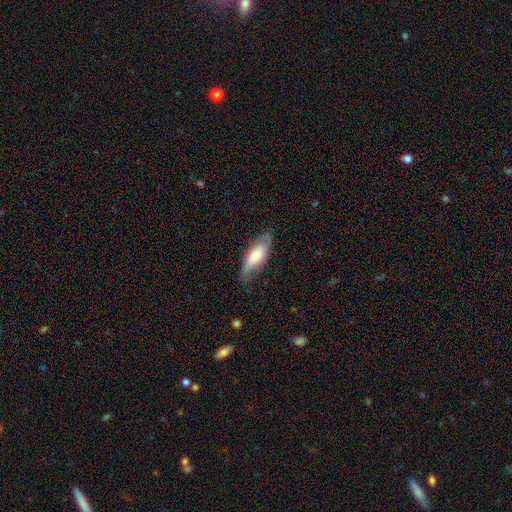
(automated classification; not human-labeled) A smooth galaxy with no disk features (60%) that is in between round and cigar-shaped (68%).

Vote fractions:
- Smooth or featured? smooth: 60% / featured or disk: 34% / star or artifact: 6%
- How rounded? in between: 68% / cigar-shaped: 30% / round: 2%
- Merging? none: 71% / minor disturbance: 22% / major disturbance: 6% / merger: 1%